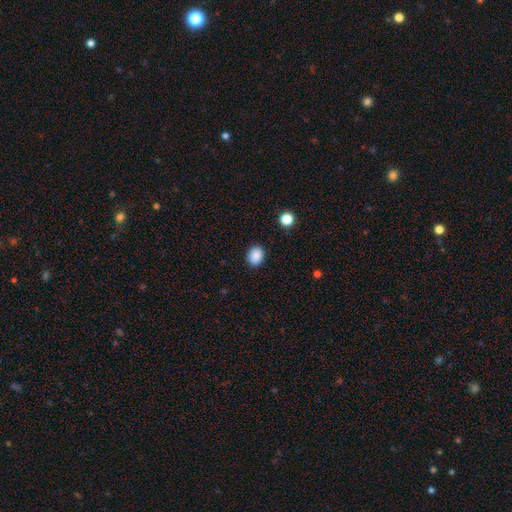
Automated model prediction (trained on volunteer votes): smooth_or_featured: smooth (p=0.88) [alt: star or artifact p=0.09]
how_rounded: in between (p=0.58) [alt: round p=0.42]
merging: none (p=0.89) [alt: minor disturbance p=0.08]